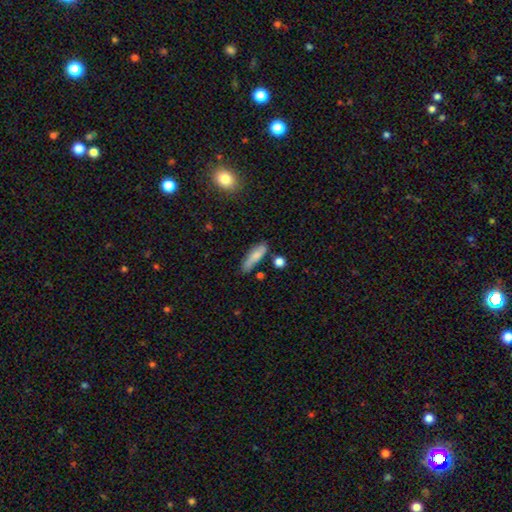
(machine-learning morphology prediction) smooth_or_featured: smooth (p=0.78) [alt: featured or disk p=0.15]
how_rounded: cigar-shaped (p=0.60) [alt: in between p=0.37]
merging: none (p=0.70) [alt: minor disturbance p=0.20]